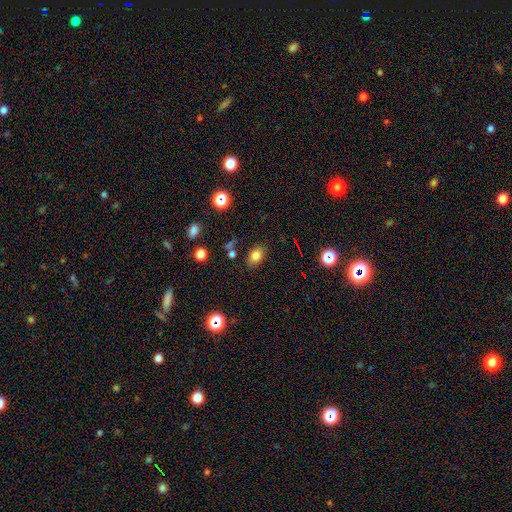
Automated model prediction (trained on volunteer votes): smooth 79%, star or artifact 12%, featured or disk 9%. Down the decision tree: how rounded — in between (78%); merging — none (81%).